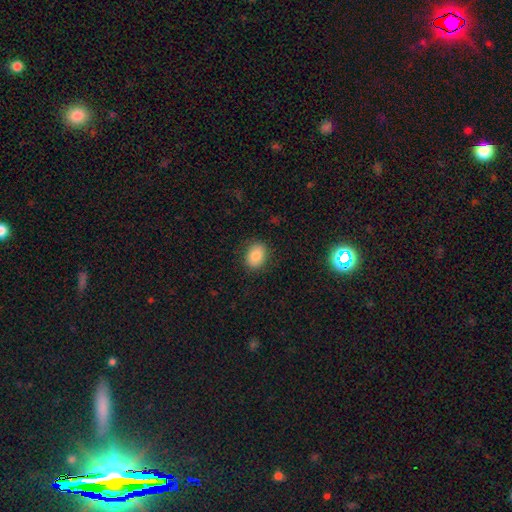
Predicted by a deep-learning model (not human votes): The model was most divided on "how rounded": in between: 64%, round: 35%, cigar-shaped: 1%. More confident: merging — none (85%); smooth or featured — smooth (84%).